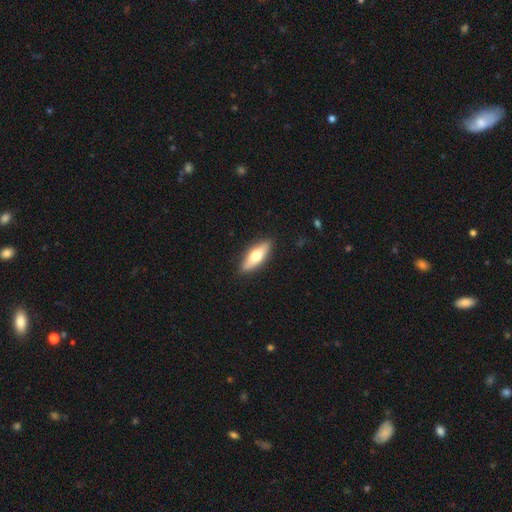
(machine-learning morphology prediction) smooth_or_featured: smooth (p=0.57) [alt: featured or disk p=0.38]
how_rounded: in between (p=0.58) [alt: cigar-shaped p=0.40]
merging: none (p=0.89) [alt: minor disturbance p=0.08]